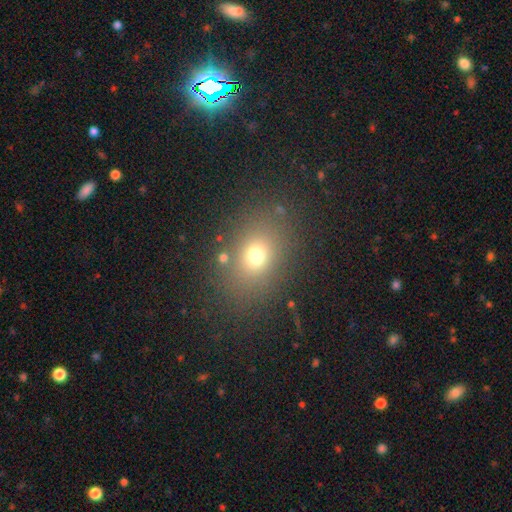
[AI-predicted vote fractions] Smooth or featured? Predicted: smooth (p=0.70). How rounded? Predicted: in between (p=0.56). Merging? Predicted: none (p=0.80).